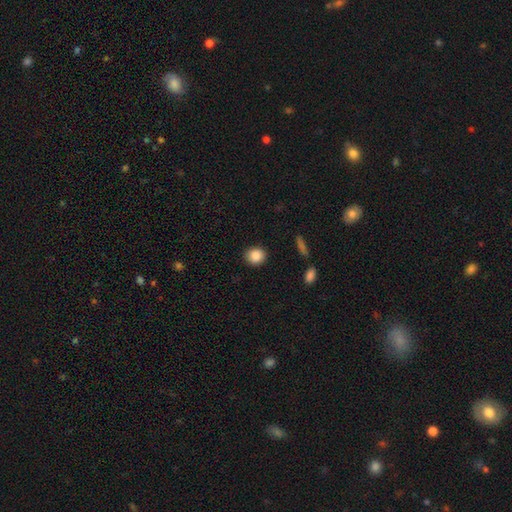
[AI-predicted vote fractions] Smooth or featured? Predicted: smooth (p=0.88). How rounded? Predicted: round (p=0.76). Merging? Predicted: none (p=0.89).